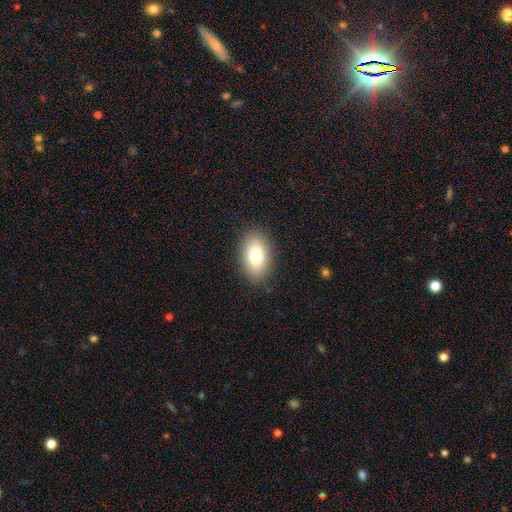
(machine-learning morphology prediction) Q: Smooth or featured?
A: smooth (77%); runner-up: featured or disk (14%)
Q: How rounded?
A: in between (89%); runner-up: round (9%)
Q: Merging?
A: none (88%); runner-up: minor disturbance (9%)